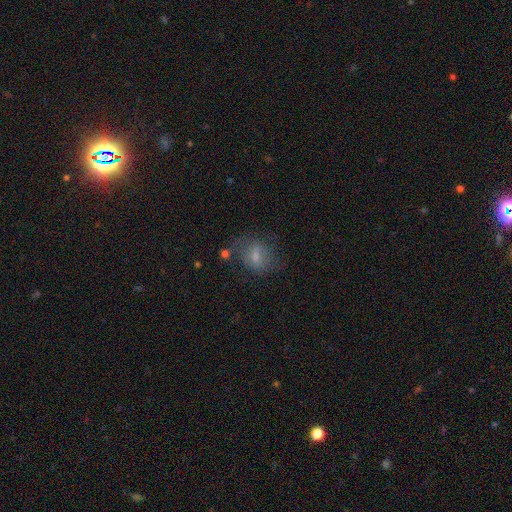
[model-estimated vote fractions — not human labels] smooth-or-featured: smooth: 56% | featured or disk: 31% | star or artifact: 13%
  how-rounded: in between: 60% | round: 32% | cigar-shaped: 8%
  merging: none: 60% | minor disturbance: 21% | major disturbance: 14% | merger: 5%